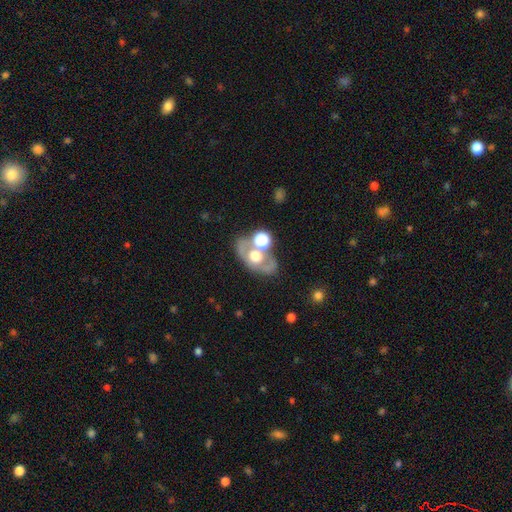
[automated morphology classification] Q: Smooth or featured?
A: featured or disk (53%); runner-up: smooth (36%)
Q: Edge-on disk?
A: no (87%); runner-up: yes (13%)
Q: Merging?
A: none (59%); runner-up: merger (21%)